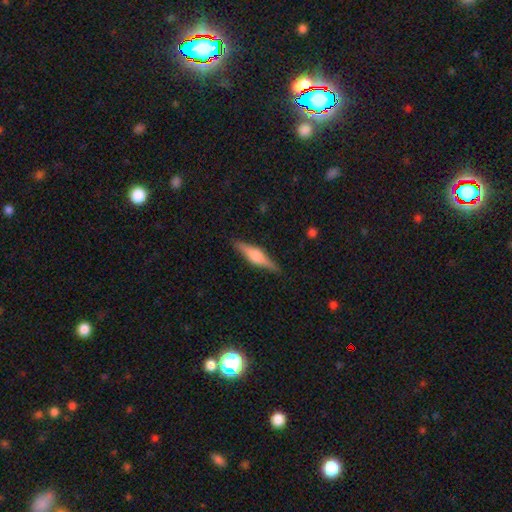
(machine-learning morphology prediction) A featured or disk galaxy (61%) viewed edge-on (96%) with a rounded central bulge (78%). Merging: none (87%).